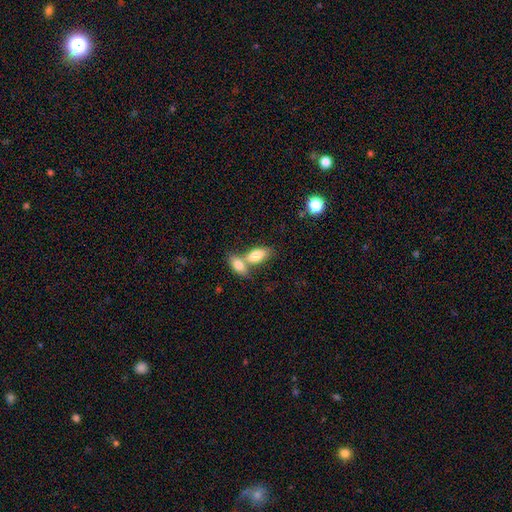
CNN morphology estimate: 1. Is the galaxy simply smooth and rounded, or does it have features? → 81% smooth, 13% featured or disk, 6% star or artifact.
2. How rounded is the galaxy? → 88% in between, 8% cigar-shaped, 4% round.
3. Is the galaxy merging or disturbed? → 62% merger, 28% none, 7% minor disturbance, 3% major disturbance.